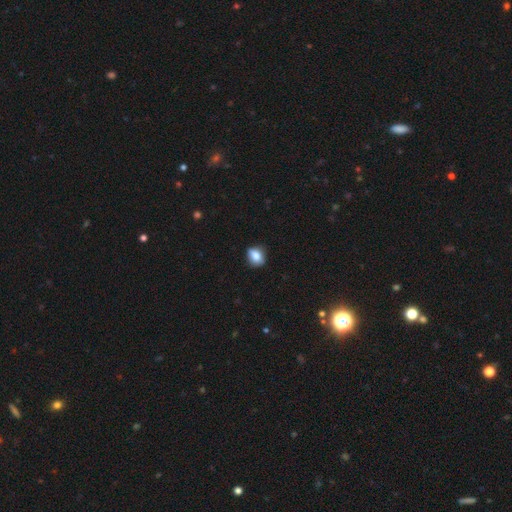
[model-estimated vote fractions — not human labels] smooth-or-featured: smooth: 81% | featured or disk: 10% | star or artifact: 9%
  how-rounded: in between: 54% | round: 44% | cigar-shaped: 2%
  merging: none: 78% | minor disturbance: 18% | major disturbance: 3% | merger: 1%